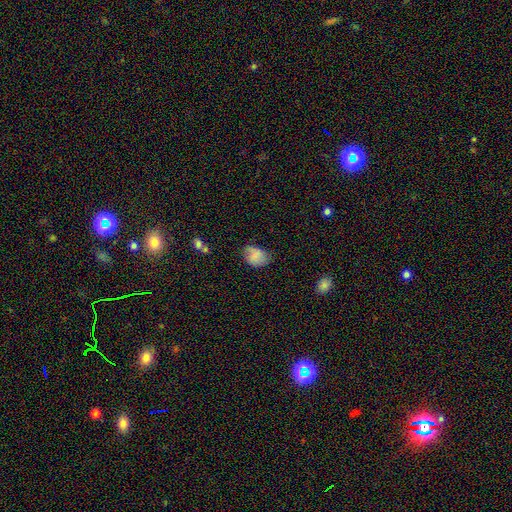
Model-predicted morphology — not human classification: Smooth or featured? Predicted: smooth (p=0.76). How rounded? Predicted: in between (p=0.72). Merging? Predicted: none (p=0.57).